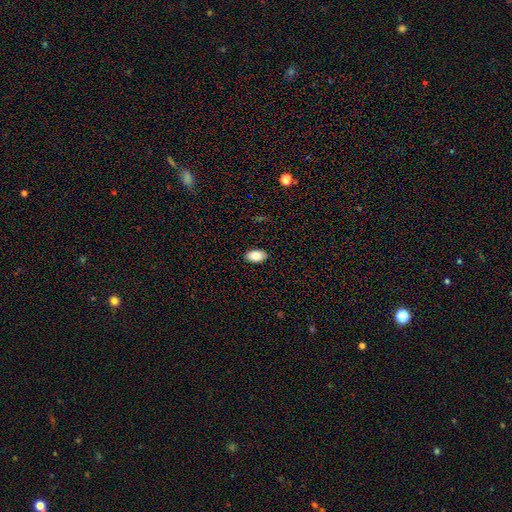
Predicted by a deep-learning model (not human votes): The model was most divided on "smooth or featured": smooth: 84%, featured or disk: 9%, star or artifact: 7%. More confident: how rounded — in between (94%); merging — none (89%).